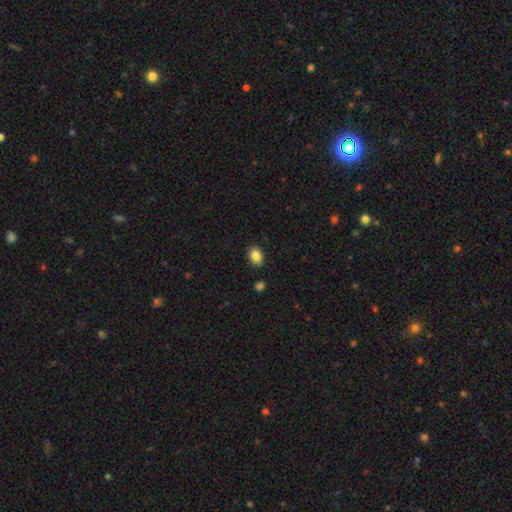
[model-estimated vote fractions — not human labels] Overall: smooth (87%). How rounded: in between (74%). Merging: none (87%).